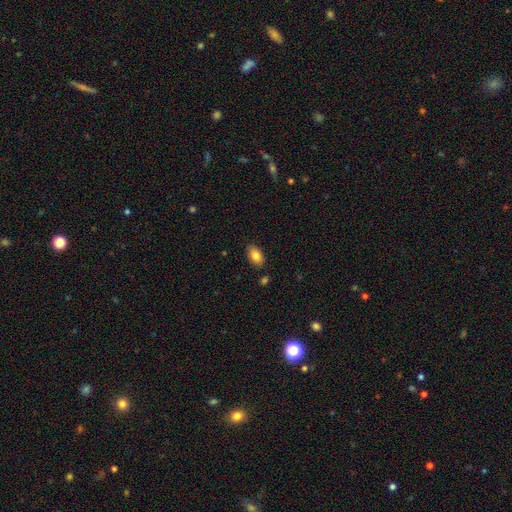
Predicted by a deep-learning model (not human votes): Morphology: type=smooth (85%); roundness=in between (92%); merging=none (85%).